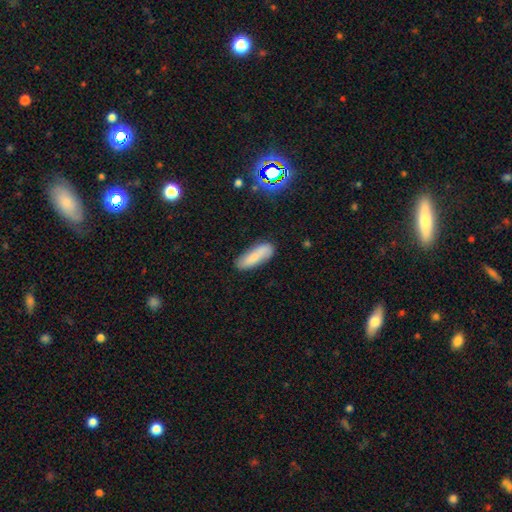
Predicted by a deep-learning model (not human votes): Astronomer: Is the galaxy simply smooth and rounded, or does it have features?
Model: smooth — 71%.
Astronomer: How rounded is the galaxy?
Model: in between — 50% (runner-up: cigar-shaped, 48%).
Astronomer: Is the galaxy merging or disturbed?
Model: none — 80%.